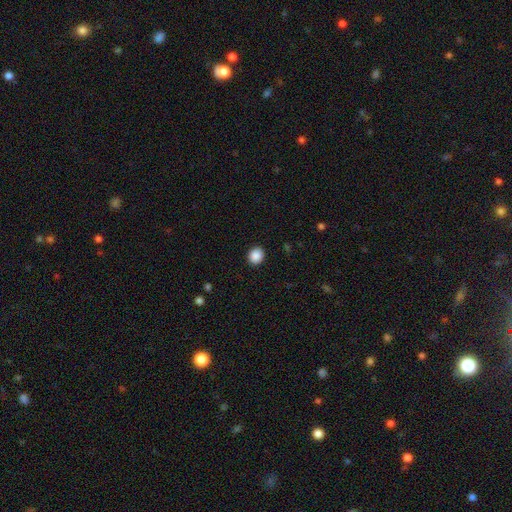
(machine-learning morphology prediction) Smooth or featured?
  - smooth: 89% *
  - star or artifact: 9%
  - featured or disk: 3%
How rounded?
  - round: 73% *
  - in between: 26%
  - cigar-shaped: 1%
Merging?
  - none: 92% *
  - minor disturbance: 6%
  - major disturbance: 2%
  - merger: 1%